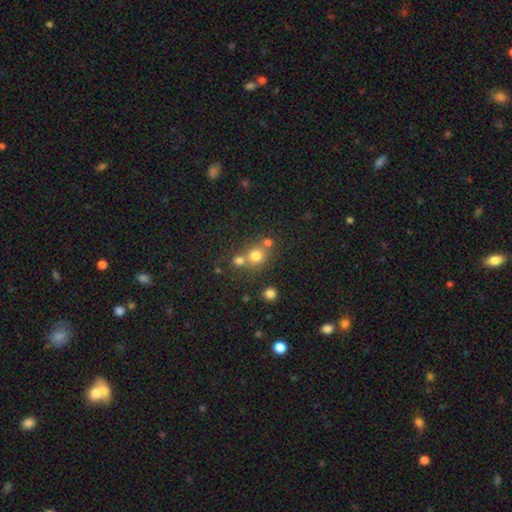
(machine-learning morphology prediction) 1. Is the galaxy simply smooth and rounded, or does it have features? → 73% smooth, 17% star or artifact, 10% featured or disk.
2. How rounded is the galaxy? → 83% round, 16% in between, 1% cigar-shaped.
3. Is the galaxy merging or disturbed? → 54% none, 34% merger, 8% minor disturbance, 4% major disturbance.